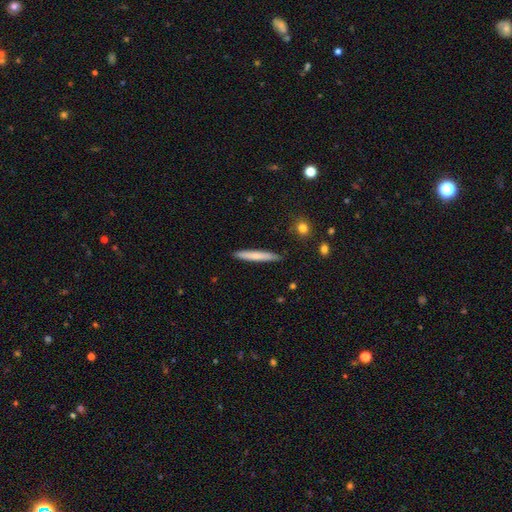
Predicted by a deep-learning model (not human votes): smooth 70%, featured or disk 24%, star or artifact 6%. Down the decision tree: how rounded — cigar-shaped (95%); merging — none (89%).